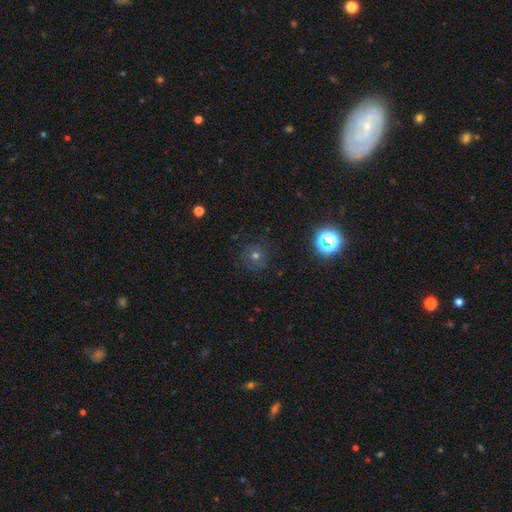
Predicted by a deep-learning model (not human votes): Smooth or featured: smooth — 55% (star or artifact — 33%)
How rounded: round — 94% (in between — 5%)
Merging: none — 86% (minor disturbance — 9%)